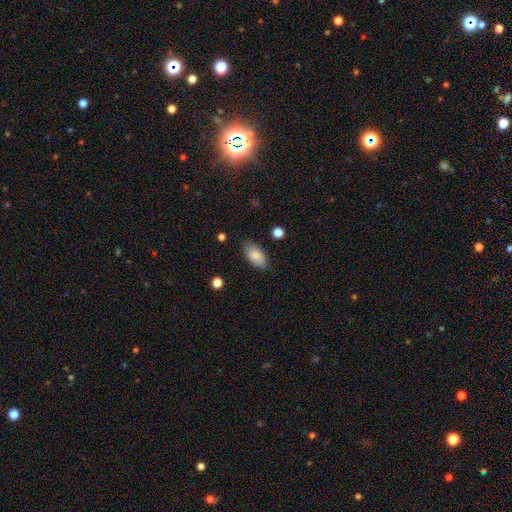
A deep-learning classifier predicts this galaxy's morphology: type=smooth (84%); roundness=in between (92%); merging=none (78%).